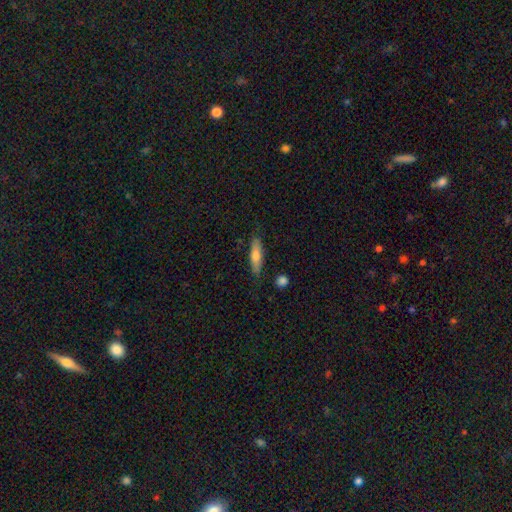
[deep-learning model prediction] This is likely a smooth galaxy (70%). How rounded: likely cigar-shaped (67%). Merging: clearly none (82%).